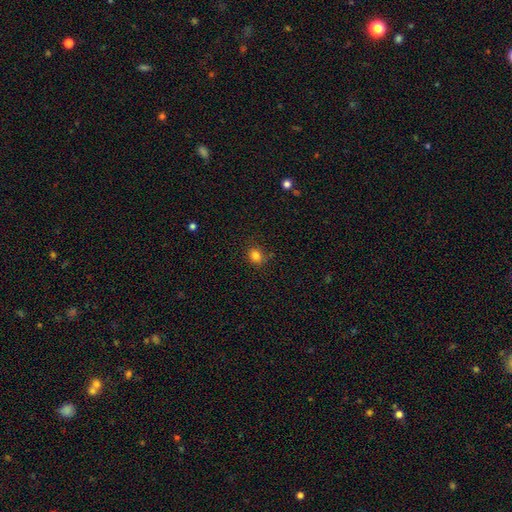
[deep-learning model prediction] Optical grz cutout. It shows a smooth galaxy with no disk features (82%) that is round (73%). Merging: none (83%).